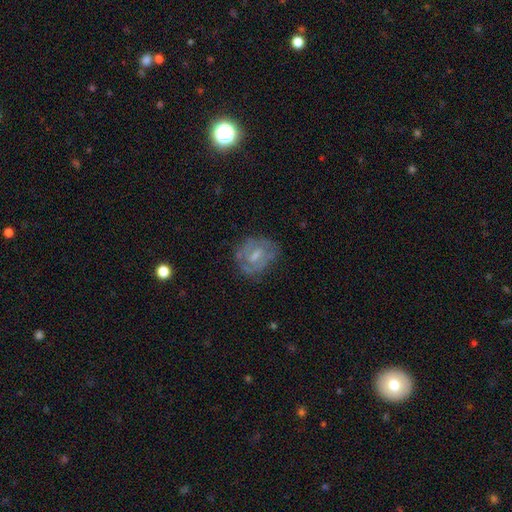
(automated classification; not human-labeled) This appears to be a featured or disk galaxy (64%) with a weak bar (54%), spiral arms (70%) and a small central bulge (39%). Merging: none (64%).